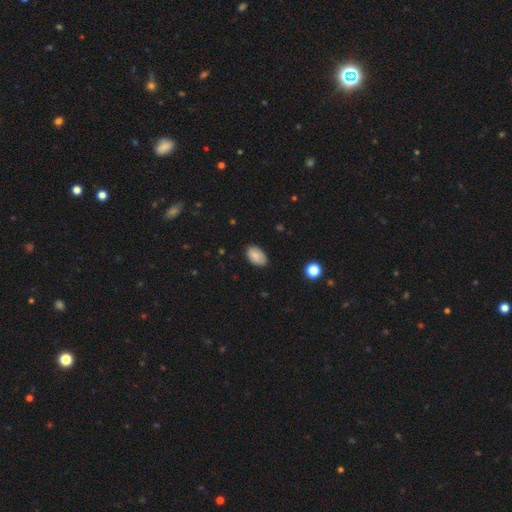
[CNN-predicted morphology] Smooth or featured?
  - smooth: 85% *
  - star or artifact: 8%
  - featured or disk: 7%
How rounded?
  - in between: 91% *
  - round: 7%
  - cigar-shaped: 1%
Merging?
  - none: 80% *
  - minor disturbance: 16%
  - major disturbance: 3%
  - merger: 1%